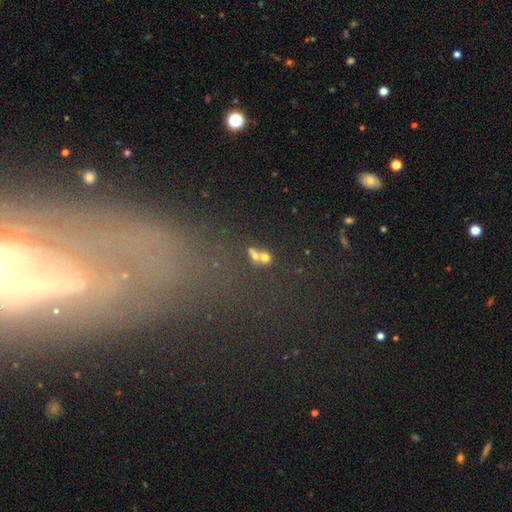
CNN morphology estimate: This appears to be a star or artifact, not a galaxy (45%).